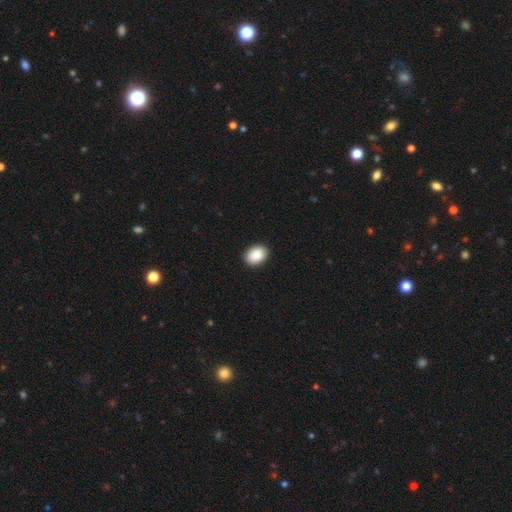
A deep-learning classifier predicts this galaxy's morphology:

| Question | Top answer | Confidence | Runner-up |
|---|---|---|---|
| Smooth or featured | smooth | 88% | star or artifact (7%) |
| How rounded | in between | 74% | round (25%) |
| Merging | none | 92% | minor disturbance (6%) |